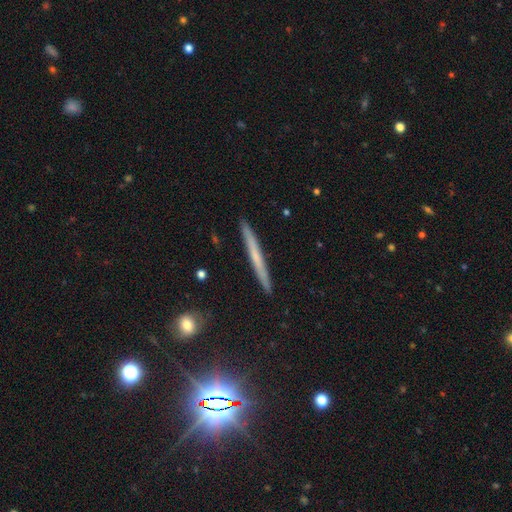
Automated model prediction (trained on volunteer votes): Smooth or featured: featured or disk — 49% (smooth — 42%)
Merging: none — 91% (minor disturbance — 6%)